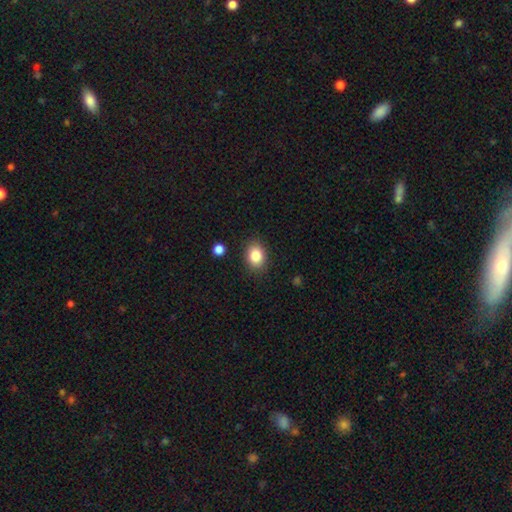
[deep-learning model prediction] The model was most divided on "how rounded": in between: 65%, round: 34%, cigar-shaped: 1%. More confident: merging — none (86%); smooth or featured — smooth (85%).